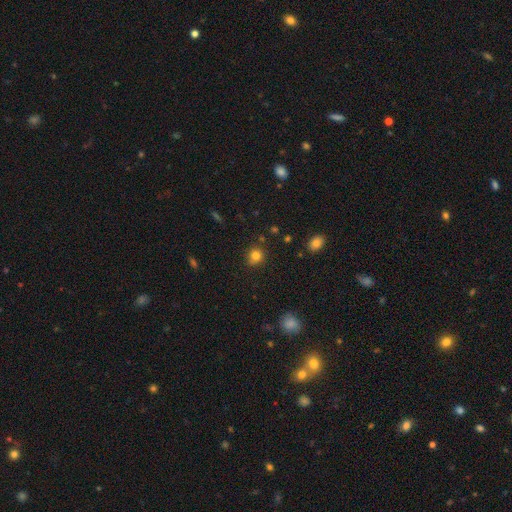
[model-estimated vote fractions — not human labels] smooth-or-featured: smooth: 81% | star or artifact: 13% | featured or disk: 6%
  how-rounded: round: 81% | in between: 18% | cigar-shaped: 1%
  merging: none: 82% | minor disturbance: 13% | major disturbance: 3% | merger: 3%